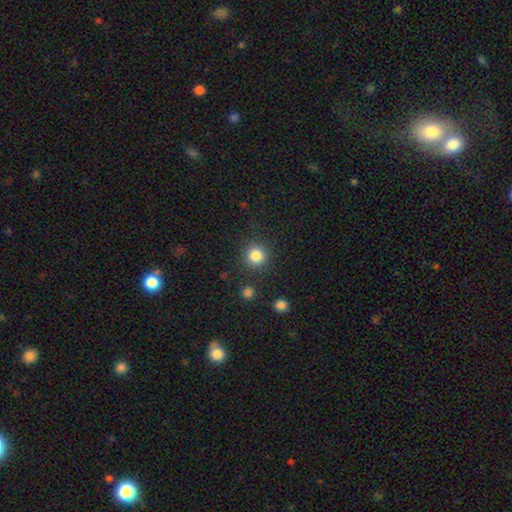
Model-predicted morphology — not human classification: Smooth or featured? smooth (84%)
How rounded? round (93%)
Merging? none (87%)